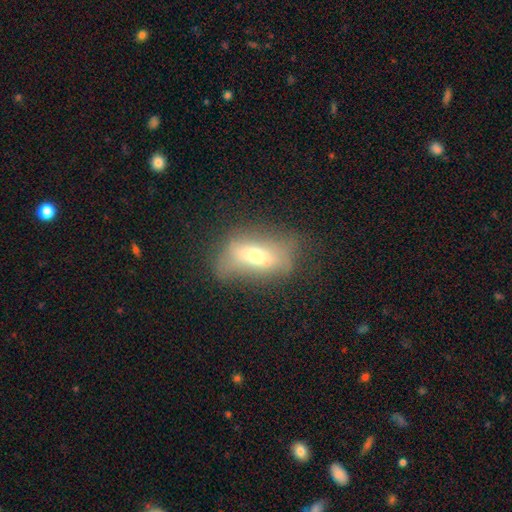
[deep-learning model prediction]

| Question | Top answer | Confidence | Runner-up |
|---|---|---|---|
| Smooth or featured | smooth | 50% | featured or disk (39%) |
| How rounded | in between | 77% | cigar-shaped (13%) |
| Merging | none | 46% | minor disturbance (27%) |